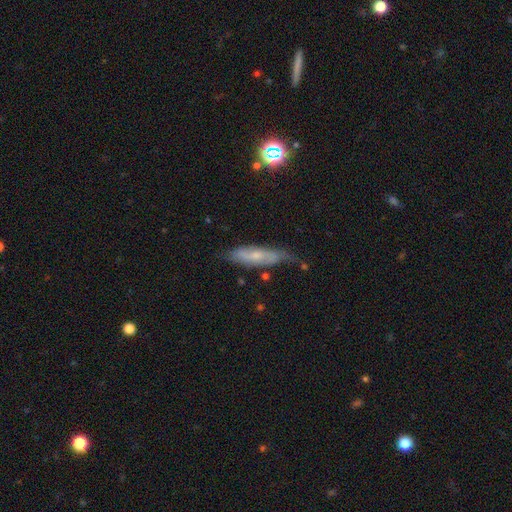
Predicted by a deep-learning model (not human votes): The model was most divided on "smooth or featured": featured or disk: 49%, smooth: 42%, star or artifact: 9%. More confident: merging — none (56%).